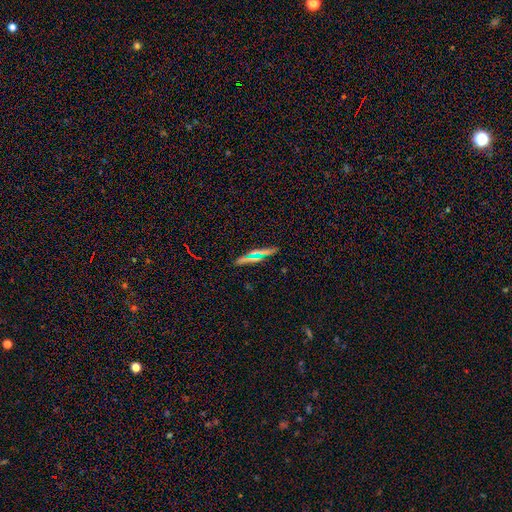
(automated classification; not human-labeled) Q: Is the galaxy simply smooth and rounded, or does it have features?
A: smooth — 55%.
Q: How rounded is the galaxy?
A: cigar-shaped — 80%.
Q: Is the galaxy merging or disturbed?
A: none — 83%.